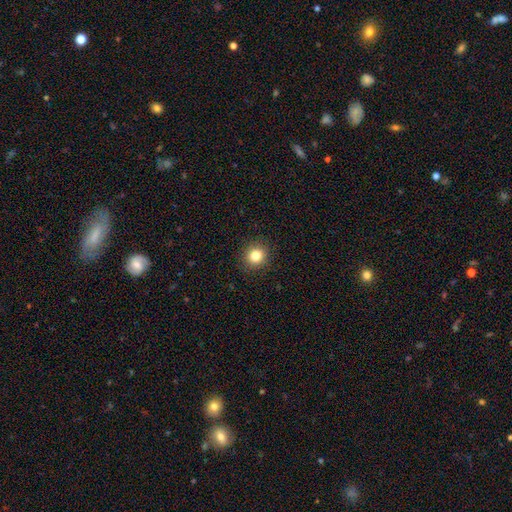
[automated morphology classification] A smooth galaxy with no disk features (83%) that is round (84%).

Vote fractions:
- Smooth or featured? smooth: 83% / star or artifact: 11% / featured or disk: 6%
- How rounded? round: 84% / in between: 15% / cigar-shaped: 1%
- Merging? none: 91% / minor disturbance: 6% / major disturbance: 2% / merger: 1%